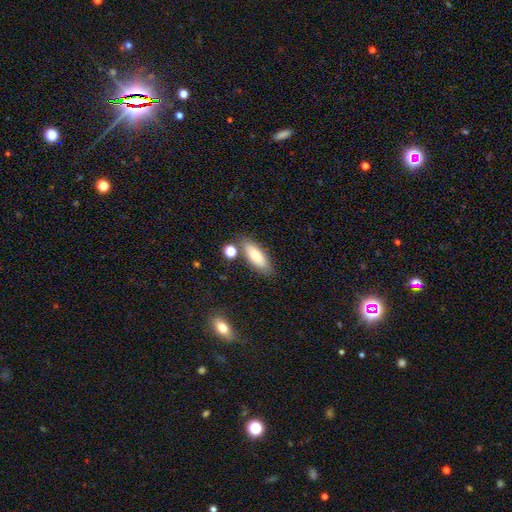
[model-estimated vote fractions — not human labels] Overall: smooth (83%). How rounded: in between (67%; cigar-shaped 31%). Merging: none (75%).